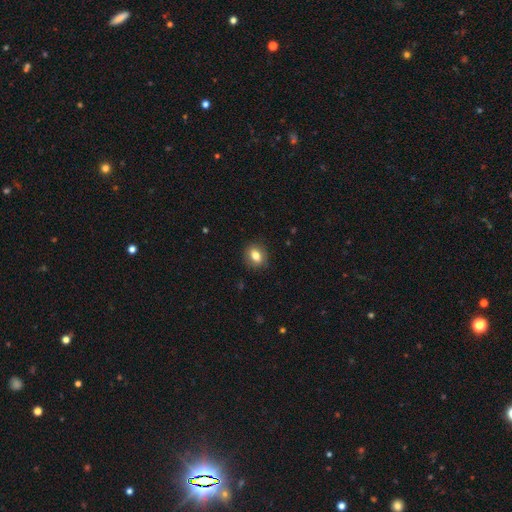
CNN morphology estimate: A smooth galaxy with no disk features (80%) that is in between round and cigar-shaped (51%). Merging: none (87%).